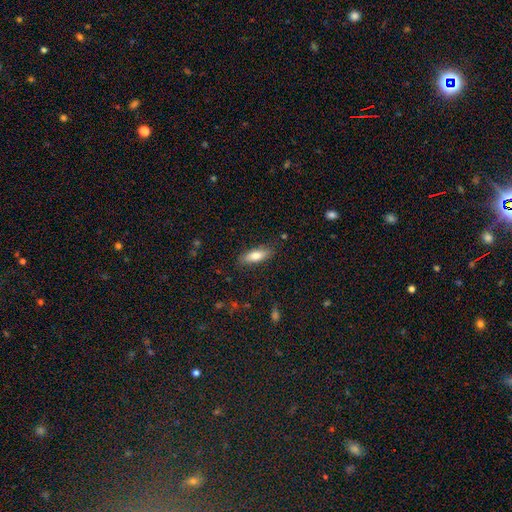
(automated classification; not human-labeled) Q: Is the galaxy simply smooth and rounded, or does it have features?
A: smooth — 77%.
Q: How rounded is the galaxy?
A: in between — 63%.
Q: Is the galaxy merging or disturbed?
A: none — 85%.